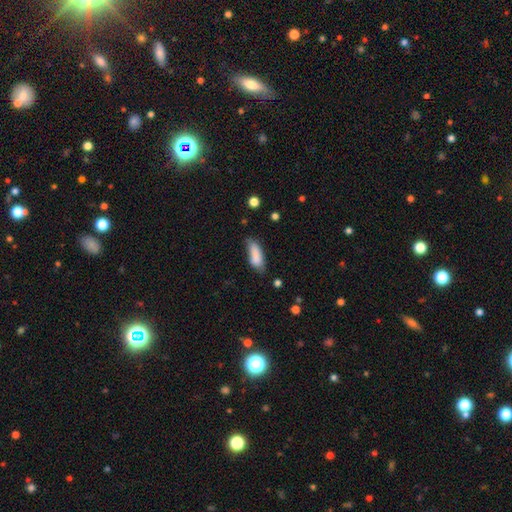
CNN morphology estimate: smooth 84%, featured or disk 9%, star or artifact 7%. Down the decision tree: how rounded — in between (66%); merging — none (51%).